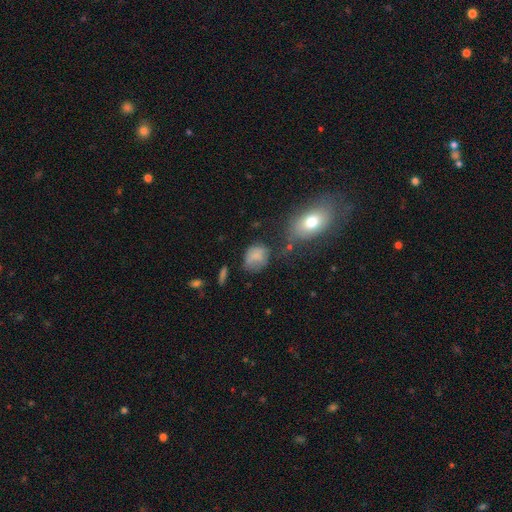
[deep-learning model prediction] The model was most divided on "how rounded": in between: 50%, round: 49%, cigar-shaped: 2%. Remaining: smooth or featured — smooth (75%); merging — none (47%).